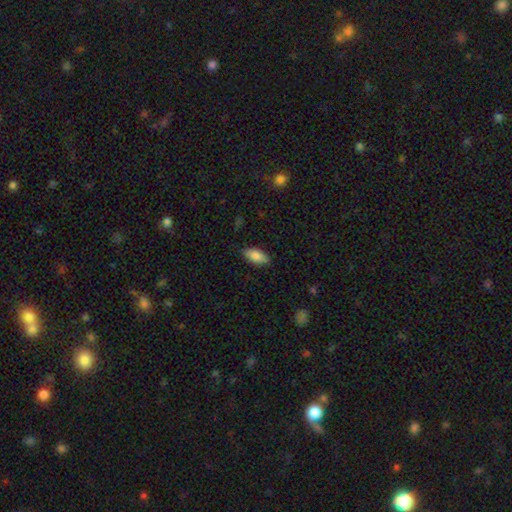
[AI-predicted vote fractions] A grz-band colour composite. It shows a smooth galaxy with no disk features (86%) that is in between round and cigar-shaped (88%). Merging: none (86%).